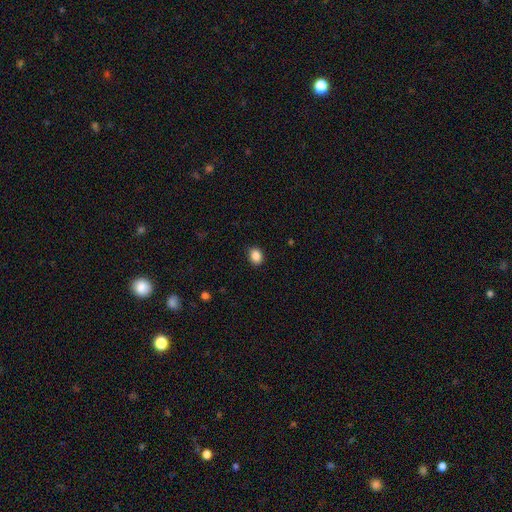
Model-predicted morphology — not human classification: The model was most divided on "how rounded": in between: 58%, round: 41%, cigar-shaped: 1%. More confident: merging — none (89%); smooth or featured — smooth (88%).